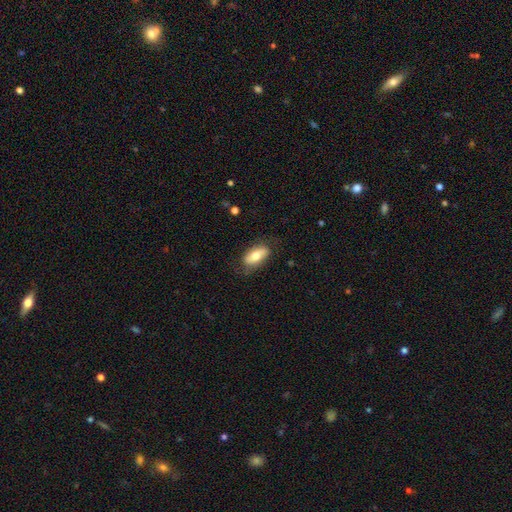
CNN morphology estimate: smooth_or_featured: smooth (p=0.70) [alt: featured or disk p=0.24]
how_rounded: in between (p=0.87) [alt: cigar-shaped p=0.10]
merging: none (p=0.75) [alt: minor disturbance p=0.18]